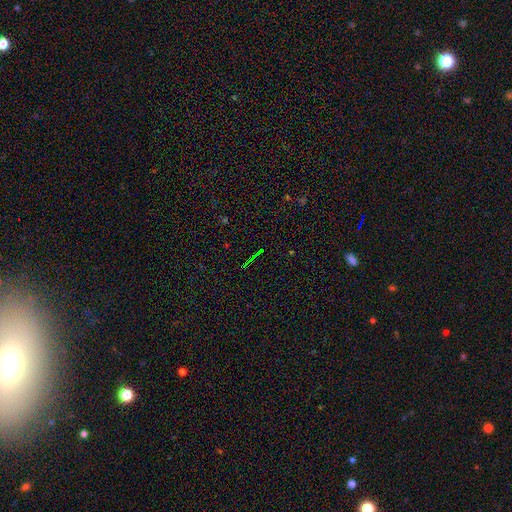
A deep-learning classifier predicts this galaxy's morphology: Smooth or featured: star or artifact — 73% (featured or disk — 14%)